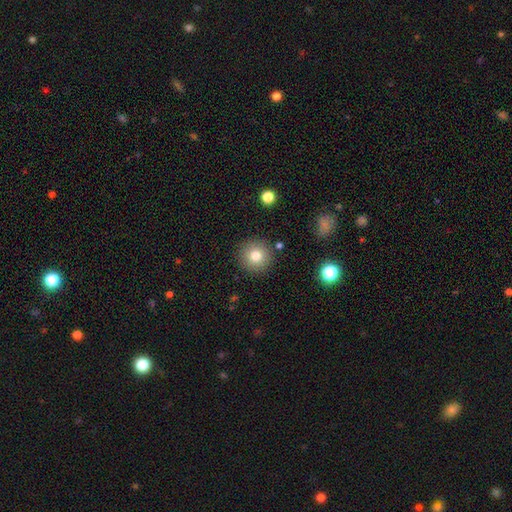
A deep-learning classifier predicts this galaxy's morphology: Smooth or featured? Predicted: smooth (p=0.79). How rounded? Predicted: round (p=0.95). Merging? Predicted: none (p=0.89).